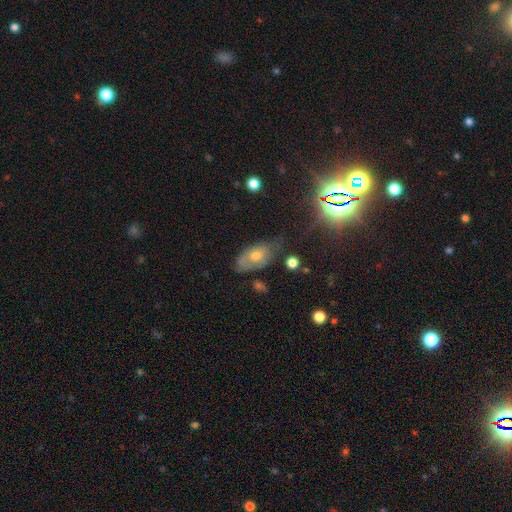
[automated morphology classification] smooth 51%, featured or disk 36%, star or artifact 12%. Down the decision tree: how rounded — in between (89%); merging — none (53%).